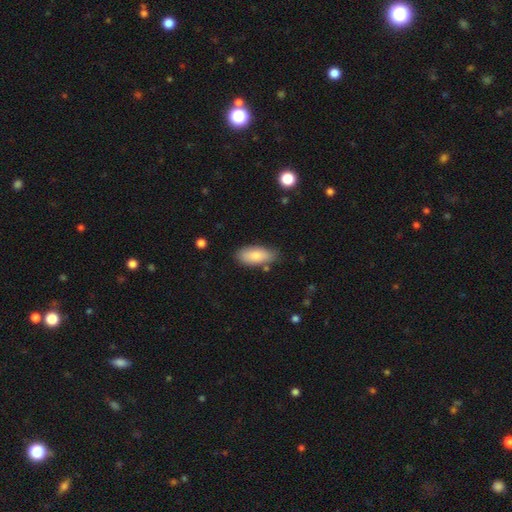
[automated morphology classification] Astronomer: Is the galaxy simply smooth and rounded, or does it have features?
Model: smooth — 82%.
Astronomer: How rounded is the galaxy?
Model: in between — 89%.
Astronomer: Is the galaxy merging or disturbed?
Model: none — 77%.